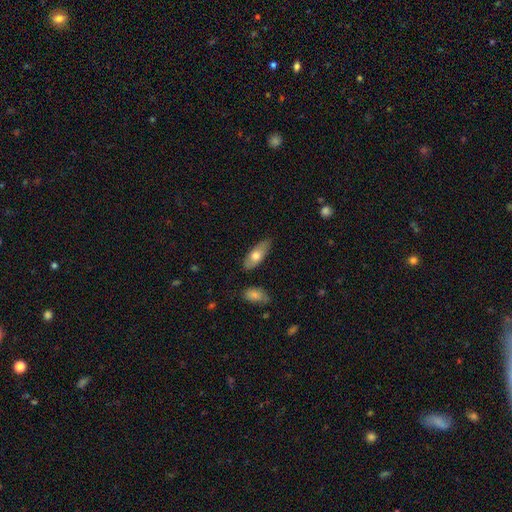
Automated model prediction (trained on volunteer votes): Smooth or featured? smooth (65%)
How rounded? in between (77%)
Merging? none (78%)